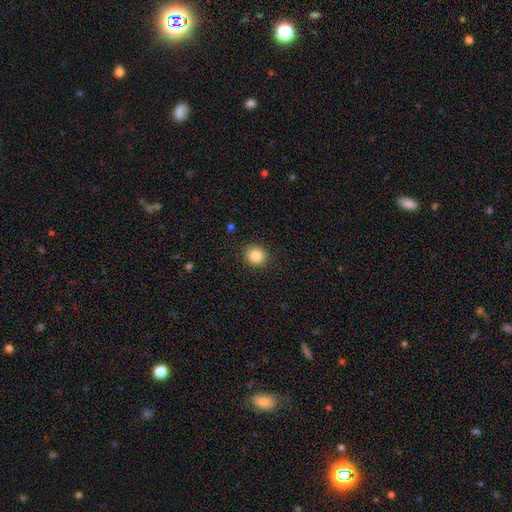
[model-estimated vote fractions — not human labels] Smooth or featured: smooth — 85% (star or artifact — 10%)
How rounded: round — 88% (in between — 11%)
Merging: none — 90% (minor disturbance — 7%)